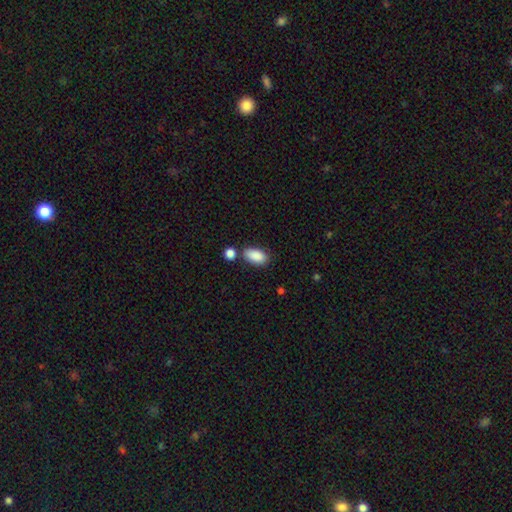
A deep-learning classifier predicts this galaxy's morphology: Smooth or featured? Predicted: smooth (p=0.89). How rounded? Predicted: in between (p=0.92). Merging? Predicted: none (p=0.70).